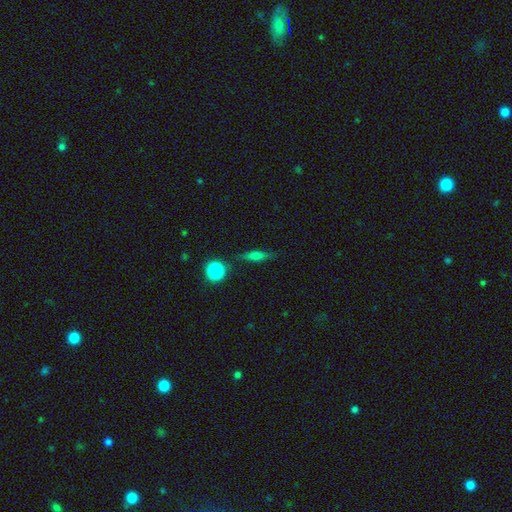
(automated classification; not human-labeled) A smooth galaxy with no disk features (63%) that is cigar-shaped (55%).

Vote fractions:
- Smooth or featured? smooth: 63% / featured or disk: 24% / star or artifact: 13%
- How rounded? cigar-shaped: 55% / in between: 36% / round: 9%
- Merging? none: 80% / minor disturbance: 13% / major disturbance: 4% / merger: 3%